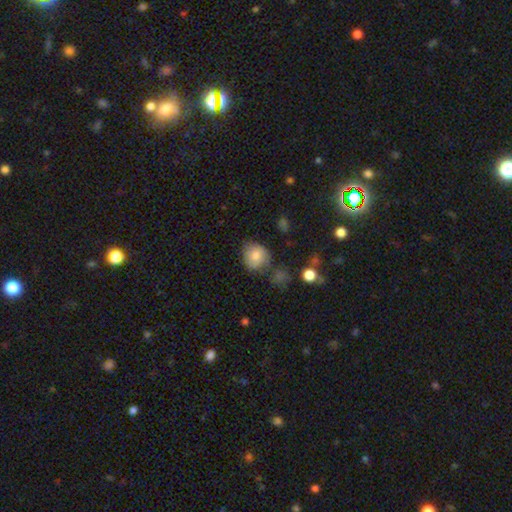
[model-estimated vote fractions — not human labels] This is likely a smooth galaxy (79%). How rounded: likely round (79%). Merging: likely none (65%).